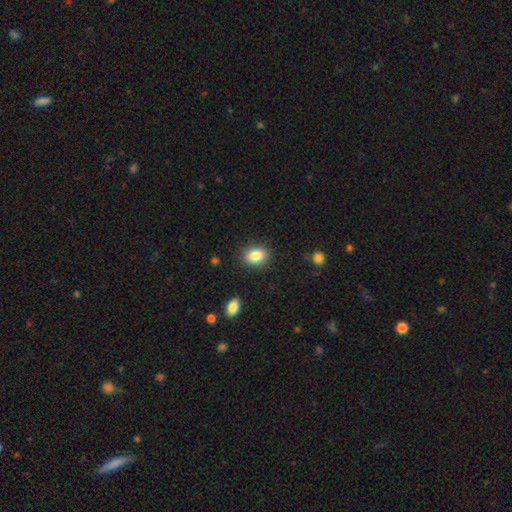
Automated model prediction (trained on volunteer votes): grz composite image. It shows a smooth galaxy with no disk features (85%) that is in between round and cigar-shaped (62%). Merging: none (87%).